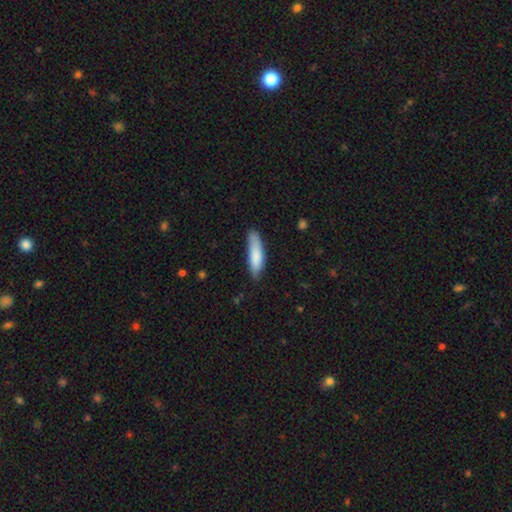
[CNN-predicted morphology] smooth_or_featured: smooth (p=0.82) [alt: featured or disk p=0.13]
how_rounded: cigar-shaped (p=0.68) [alt: in between p=0.31]
merging: none (p=0.75) [alt: minor disturbance p=0.20]